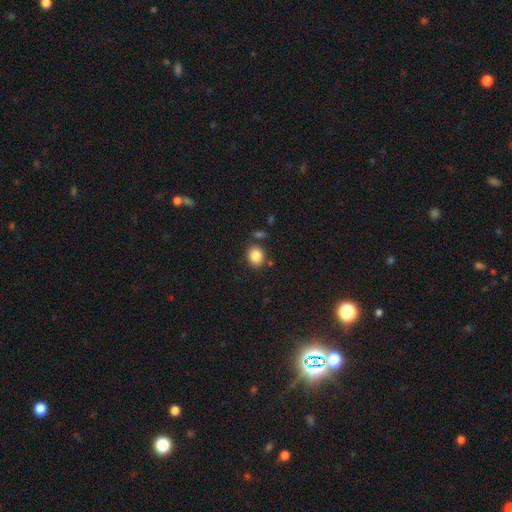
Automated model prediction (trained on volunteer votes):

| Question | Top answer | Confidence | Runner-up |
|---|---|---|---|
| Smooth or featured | smooth | 85% | star or artifact (9%) |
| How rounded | round | 58% | in between (41%) |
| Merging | none | 80% | minor disturbance (10%) |